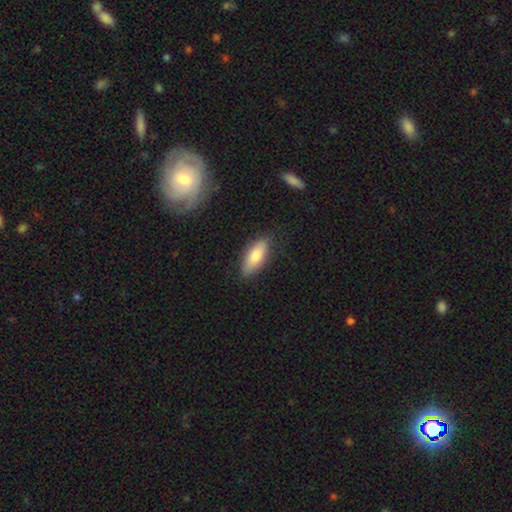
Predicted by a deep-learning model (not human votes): The model was most divided on "how rounded": in between: 73%, cigar-shaped: 25%, round: 2%. More confident: merging — none (81%); smooth or featured — smooth (76%).